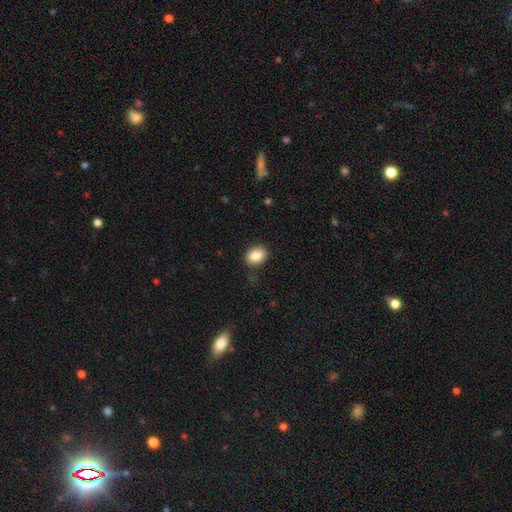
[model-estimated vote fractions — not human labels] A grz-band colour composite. It shows a smooth galaxy with no disk features (86%) that is in between round and cigar-shaped (66%). Merging: none (82%).